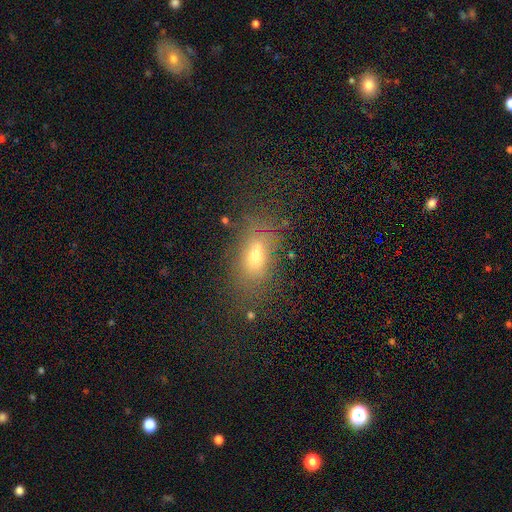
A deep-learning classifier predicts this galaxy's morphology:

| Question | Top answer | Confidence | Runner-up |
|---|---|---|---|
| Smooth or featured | smooth | 65% | featured or disk (20%) |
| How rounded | in between | 81% | cigar-shaped (11%) |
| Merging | none | 67% | minor disturbance (17%) |